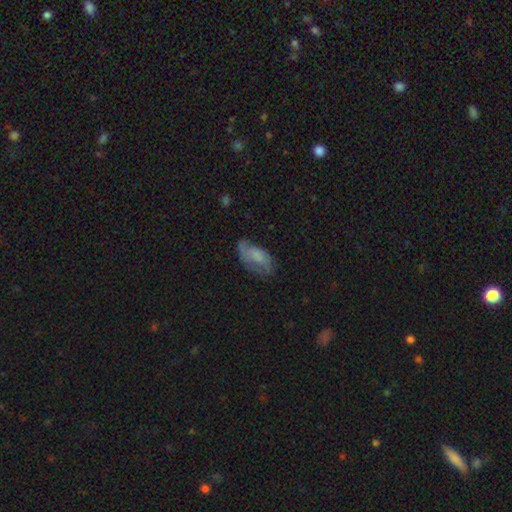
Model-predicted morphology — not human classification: smooth-or-featured: smooth: 55% | featured or disk: 36% | star or artifact: 9%
  how-rounded: in between: 91% | cigar-shaped: 6% | round: 3%
  merging: none: 51% | minor disturbance: 30% | major disturbance: 17% | merger: 2%